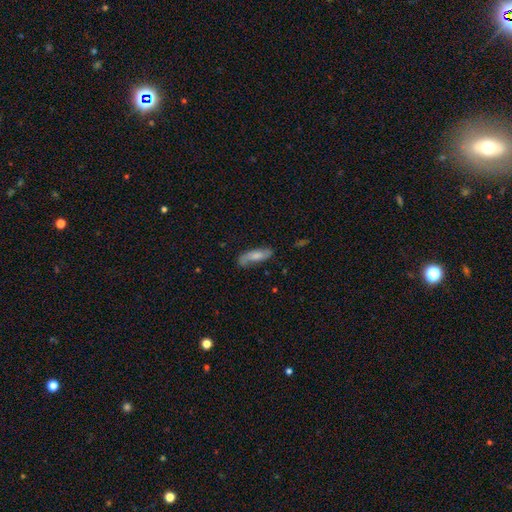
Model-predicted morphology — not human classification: smooth 59%, featured or disk 35%, star or artifact 6%. Down the decision tree: how rounded — in between (51%); merging — none (69%).